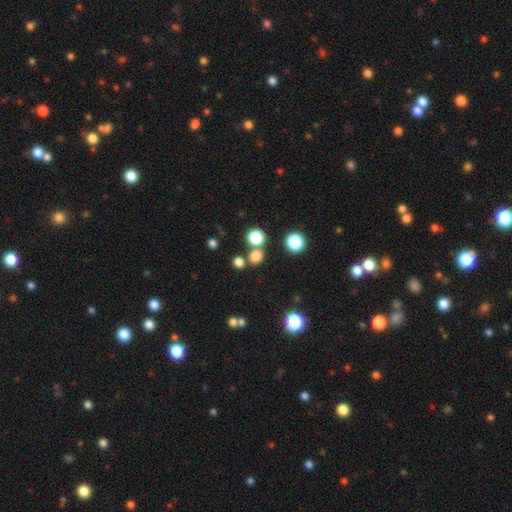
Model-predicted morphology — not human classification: This is likely a smooth galaxy (75%). How rounded: clearly round (82%). Merging: likely none (71%).